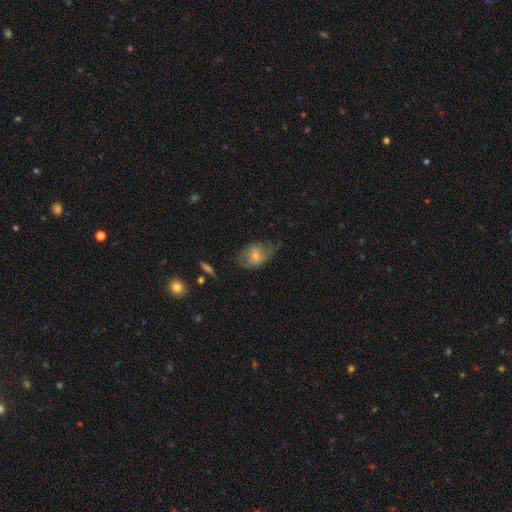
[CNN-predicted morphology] Smooth or featured: smooth — 55% (featured or disk — 37%)
How rounded: in between — 78% (round — 20%)
Merging: none — 43% (minor disturbance — 33%)